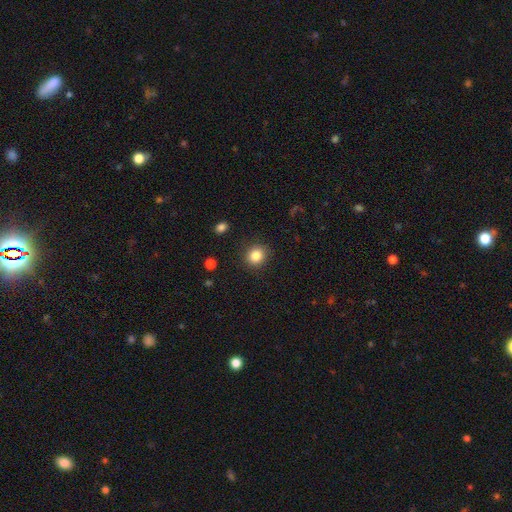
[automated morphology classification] smooth-or-featured: smooth: 84% | star or artifact: 10% | featured or disk: 5%
  how-rounded: round: 82% | in between: 17% | cigar-shaped: 1%
  merging: none: 89% | minor disturbance: 7% | major disturbance: 2% | merger: 1%